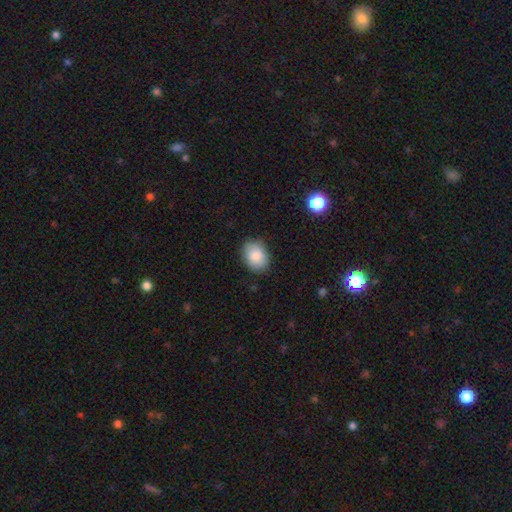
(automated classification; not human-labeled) smooth 87%, star or artifact 7%, featured or disk 6%. Down the decision tree: how rounded — in between (68%); merging — none (85%).